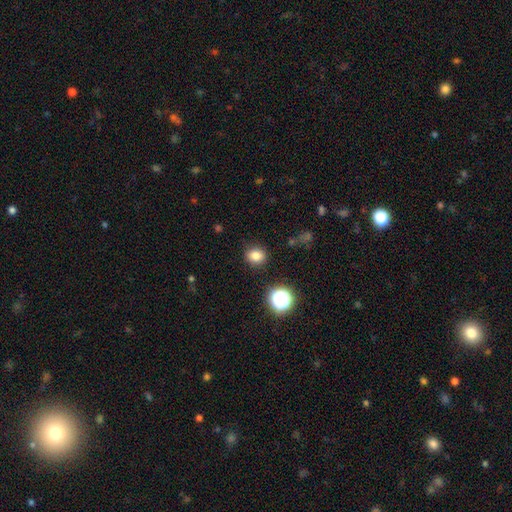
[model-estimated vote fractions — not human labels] Smooth or featured?
  - smooth: 80% *
  - star or artifact: 14%
  - featured or disk: 6%
How rounded?
  - round: 69% *
  - in between: 30%
  - cigar-shaped: 1%
Merging?
  - none: 86% *
  - minor disturbance: 9%
  - major disturbance: 3%
  - merger: 2%